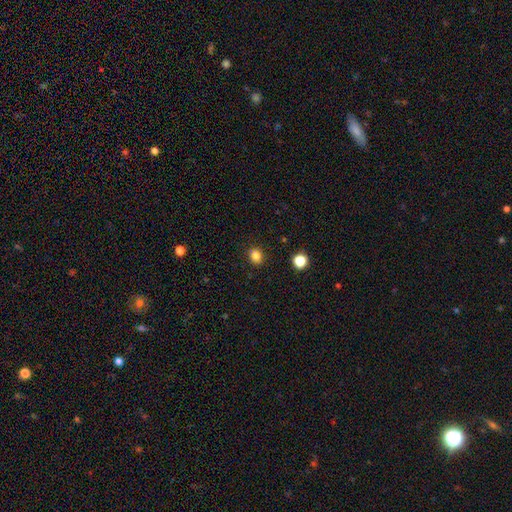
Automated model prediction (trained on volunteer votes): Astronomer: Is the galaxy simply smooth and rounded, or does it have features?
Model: smooth — 82%.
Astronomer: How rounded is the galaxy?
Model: round — 70%.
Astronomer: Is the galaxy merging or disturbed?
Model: none — 87%.